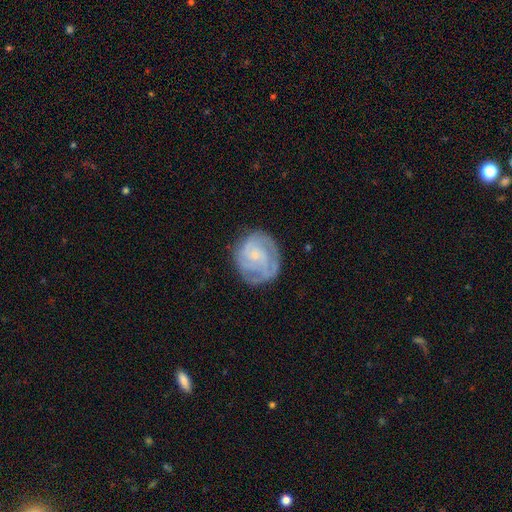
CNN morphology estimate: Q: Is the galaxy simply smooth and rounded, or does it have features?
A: featured or disk — 74%.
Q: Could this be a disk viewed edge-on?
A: no — 98%.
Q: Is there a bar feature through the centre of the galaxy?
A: no — 70%.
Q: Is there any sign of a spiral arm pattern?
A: yes — 91%.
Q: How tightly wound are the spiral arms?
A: tight — 60%.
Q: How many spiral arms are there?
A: can't tell — 33%.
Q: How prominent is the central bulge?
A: small — 69%.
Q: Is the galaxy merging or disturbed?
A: none — 70%.